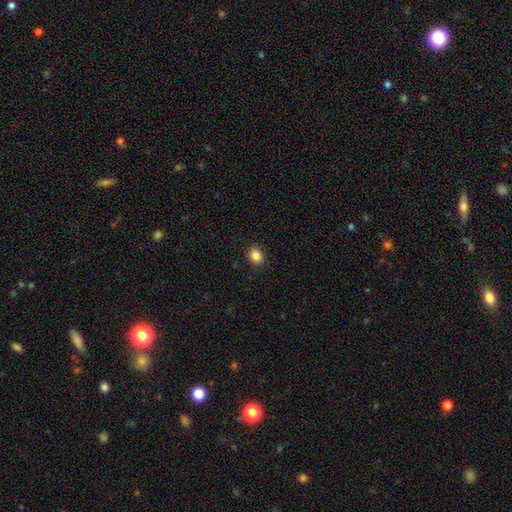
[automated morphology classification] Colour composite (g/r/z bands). It shows a smooth galaxy with no disk features (86%) that is round (53%). Merging: none (91%).